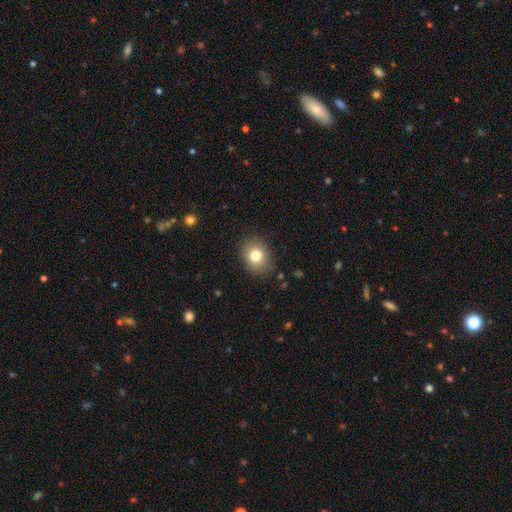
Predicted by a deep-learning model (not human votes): smooth-or-featured: smooth: 80% | star or artifact: 10% | featured or disk: 10%
  how-rounded: in between: 50% | round: 49% | cigar-shaped: 1%
  merging: none: 84% | minor disturbance: 12% | major disturbance: 3% | merger: 1%